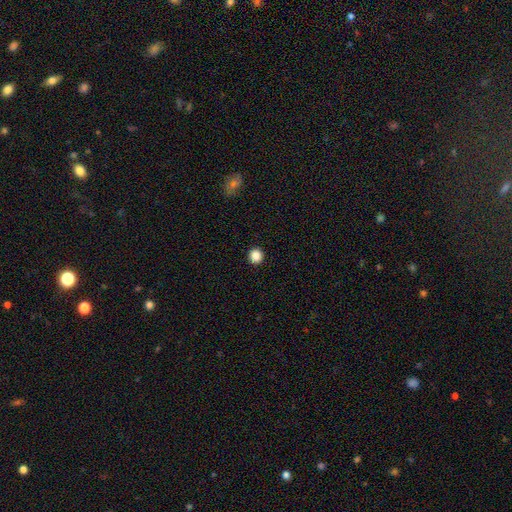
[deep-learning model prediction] Smooth or featured: smooth — 87% (star or artifact — 10%)
How rounded: round — 94% (in between — 5%)
Merging: none — 94% (minor disturbance — 4%)